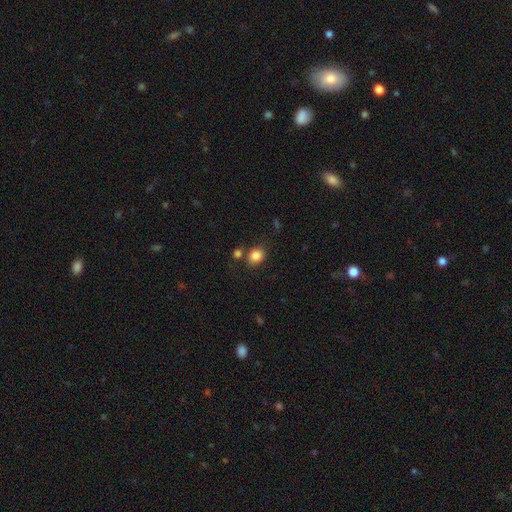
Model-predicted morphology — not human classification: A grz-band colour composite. It shows a smooth galaxy with no disk features (85%) that is round (63%). Merging: none (74%).